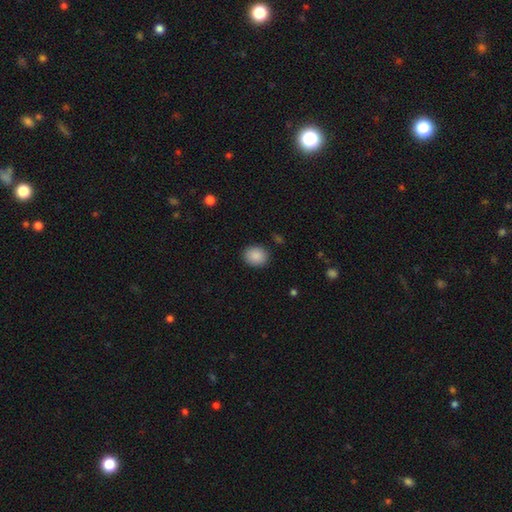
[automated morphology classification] This is clearly a smooth galaxy (89%). How rounded: likely round (62%). Merging: clearly none (88%).